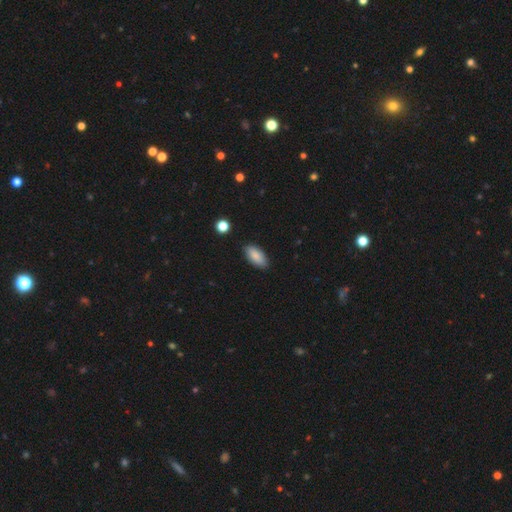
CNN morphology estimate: The model was most divided on "merging": none: 86%, minor disturbance: 10%, major disturbance: 2%, merger: 1%. More confident: how rounded — in between (89%); smooth or featured — smooth (87%).